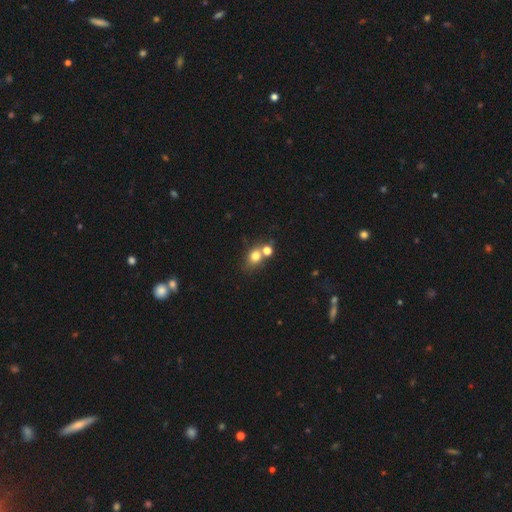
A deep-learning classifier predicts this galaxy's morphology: type=smooth (75%); roundness=round (56%); merging=none (49%).